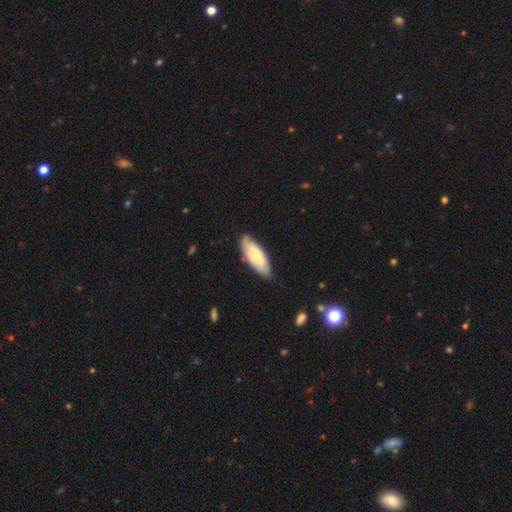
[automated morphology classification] smooth_or_featured: smooth (p=0.68) [alt: featured or disk p=0.27]
how_rounded: in between (p=0.75) [alt: cigar-shaped p=0.23]
merging: none (p=0.77) [alt: minor disturbance p=0.19]